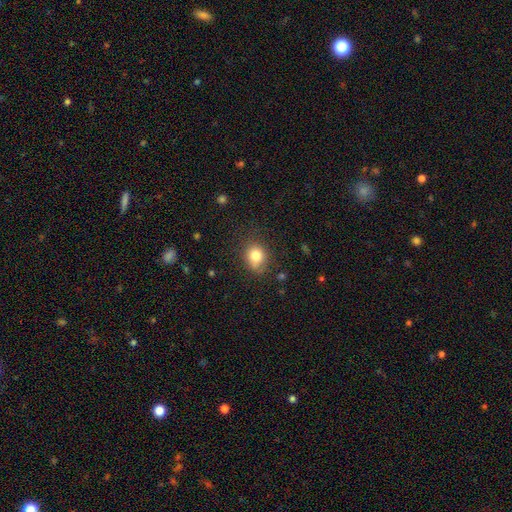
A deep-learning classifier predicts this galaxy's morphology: Smooth or featured: smooth — 80% (star or artifact — 11%)
How rounded: round — 66% (in between — 33%)
Merging: none — 68% (minor disturbance — 22%)